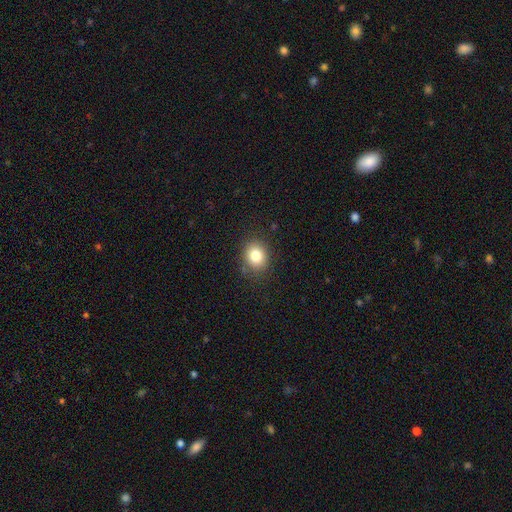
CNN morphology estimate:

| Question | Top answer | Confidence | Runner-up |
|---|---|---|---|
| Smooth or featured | smooth | 81% | star or artifact (11%) |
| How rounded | round | 66% | in between (33%) |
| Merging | none | 85% | minor disturbance (11%) |